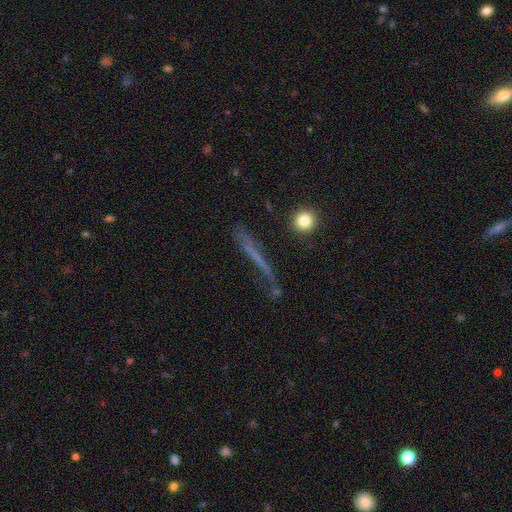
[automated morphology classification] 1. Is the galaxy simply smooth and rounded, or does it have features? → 44% featured or disk, 39% smooth, 17% star or artifact.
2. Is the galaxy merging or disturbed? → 63% none, 19% minor disturbance, 12% major disturbance, 6% merger.